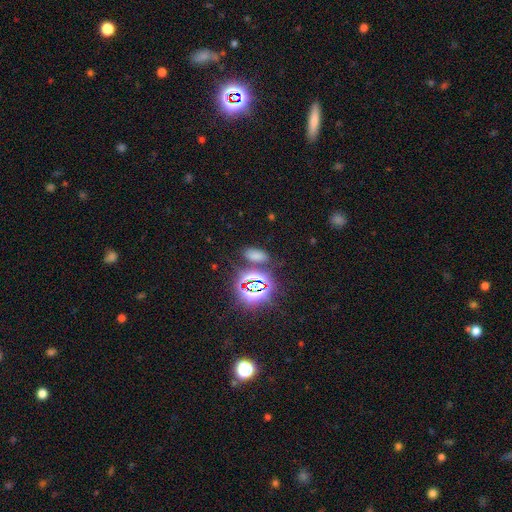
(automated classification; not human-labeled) Q: Smooth or featured?
A: smooth (57%); runner-up: star or artifact (36%)
Q: How rounded?
A: in between (86%); runner-up: round (8%)
Q: Merging?
A: none (77%); runner-up: minor disturbance (11%)